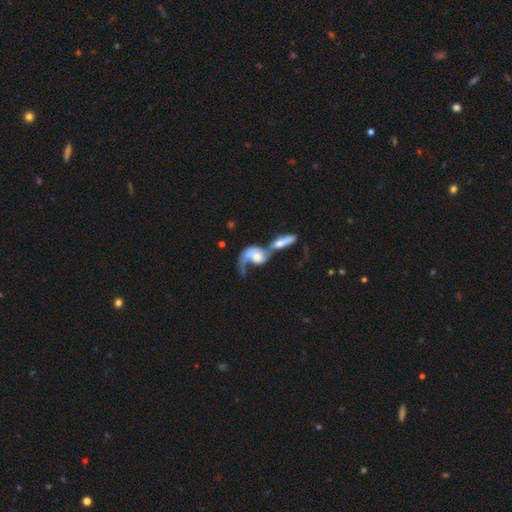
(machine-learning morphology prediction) Overall: featured or disk (68%). Edge-on disk: no (94%). Bar: no (66%; weak 27%). Spiral arms: yes (85%). Spiral arm count: 1 (63%; 2 28%). Spiral winding: loose (71%). Bulge size: moderate (38%; small 24%). Merging: merger (71%).